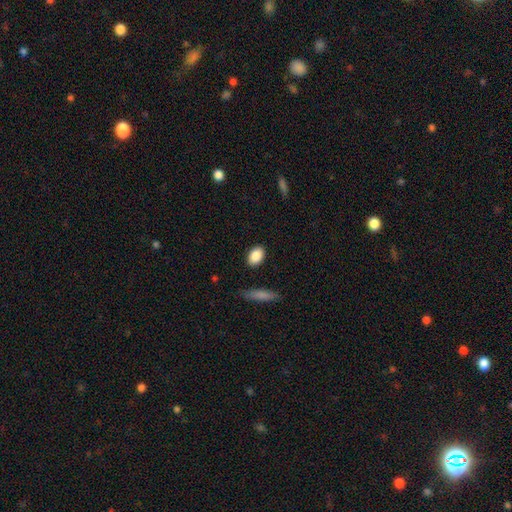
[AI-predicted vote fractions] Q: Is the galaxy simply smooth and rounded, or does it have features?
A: smooth — 87%.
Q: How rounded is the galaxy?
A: in between — 83%.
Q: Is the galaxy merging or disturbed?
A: none — 87%.